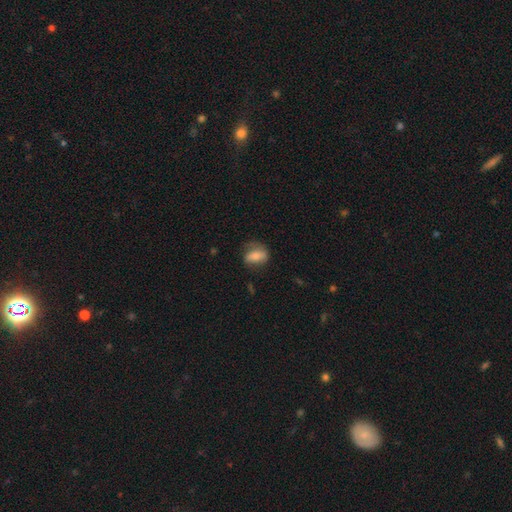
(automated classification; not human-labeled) This appears to be a smooth galaxy with no disk features (63%) that is in between round and cigar-shaped (78%). Merging: none (52%).